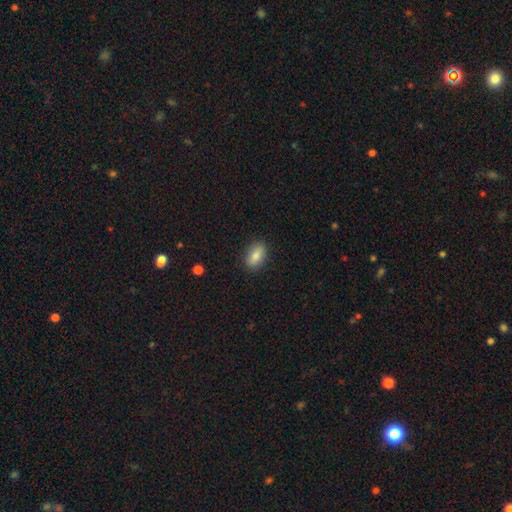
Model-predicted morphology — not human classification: smooth 81%, featured or disk 11%, star or artifact 8%. Down the decision tree: how rounded — in between (88%); merging — none (87%).